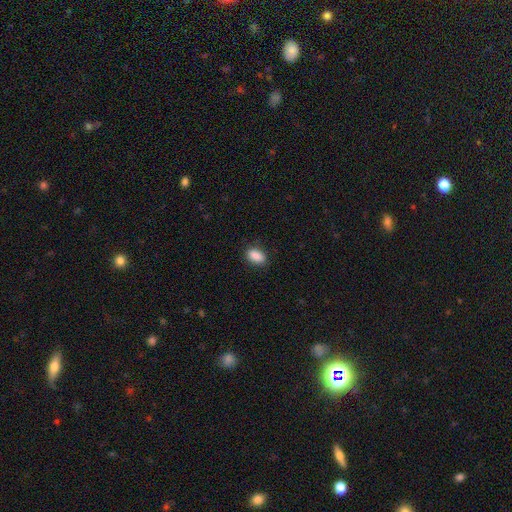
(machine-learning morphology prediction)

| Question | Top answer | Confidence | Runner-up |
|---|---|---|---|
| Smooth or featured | smooth | 89% | star or artifact (8%) |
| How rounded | in between | 89% | round (8%) |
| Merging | none | 85% | minor disturbance (12%) |